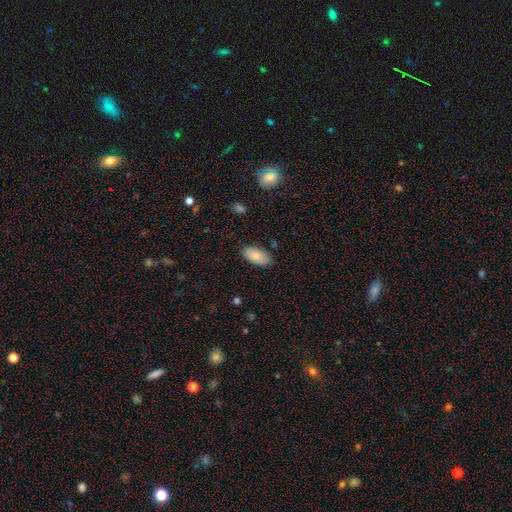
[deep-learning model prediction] Overall: smooth (83%). How rounded: in between (95%). Merging: none (82%).